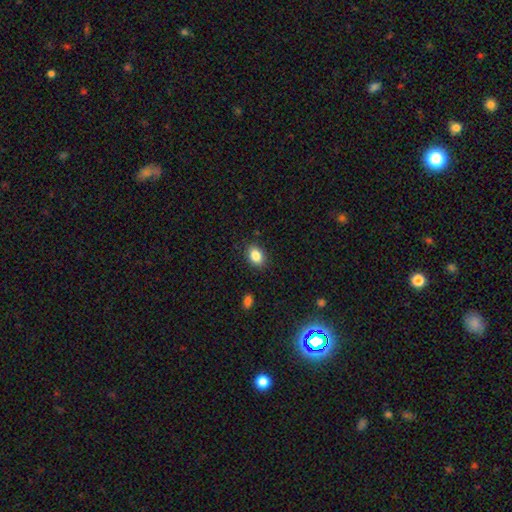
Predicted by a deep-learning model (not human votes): Smooth or featured?
  - smooth: 86% *
  - star or artifact: 9%
  - featured or disk: 5%
How rounded?
  - in between: 79% *
  - round: 20%
  - cigar-shaped: 1%
Merging?
  - none: 87% *
  - minor disturbance: 10%
  - major disturbance: 2%
  - merger: 1%